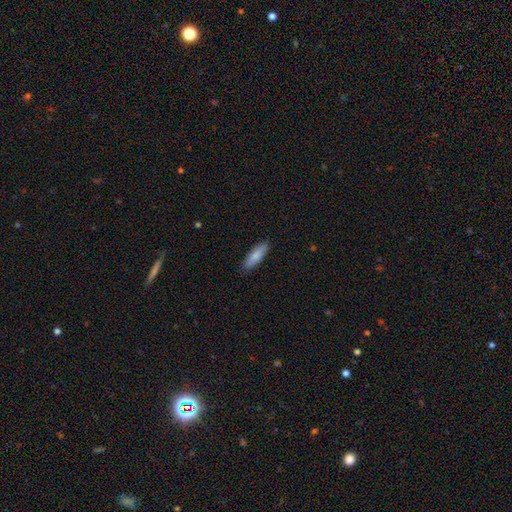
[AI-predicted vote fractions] Smooth or featured?
  - smooth: 83% *
  - featured or disk: 11%
  - star or artifact: 5%
How rounded?
  - cigar-shaped: 50% *
  - in between: 49%
  - round: 2%
Merging?
  - none: 86% *
  - minor disturbance: 11%
  - major disturbance: 2%
  - merger: 1%